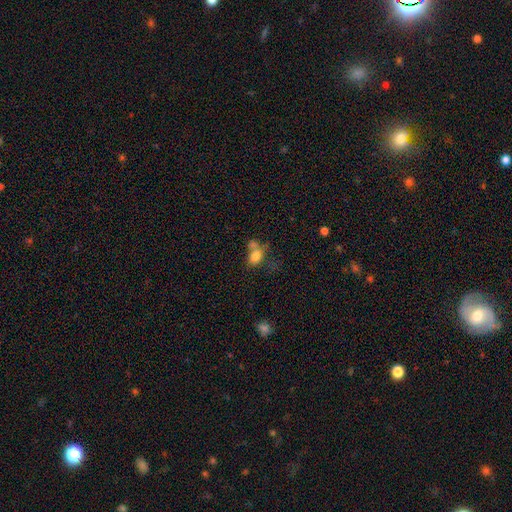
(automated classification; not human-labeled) Overall: smooth (77%). How rounded: in between (63%; round 35%). Merging: merger (40%; none 30%).